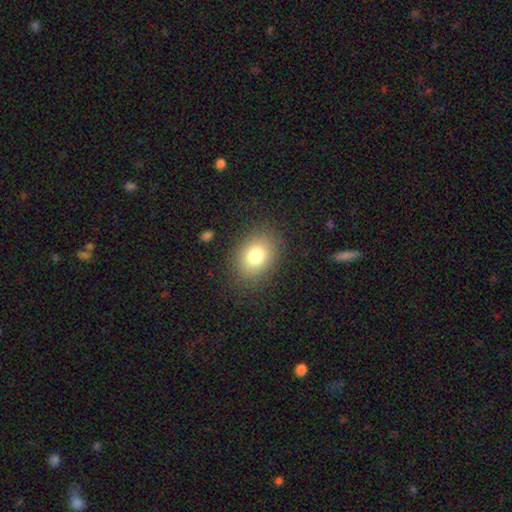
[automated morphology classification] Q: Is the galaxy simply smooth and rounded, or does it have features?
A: smooth — 79%.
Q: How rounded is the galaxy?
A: in between — 63%.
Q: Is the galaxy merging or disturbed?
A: none — 85%.